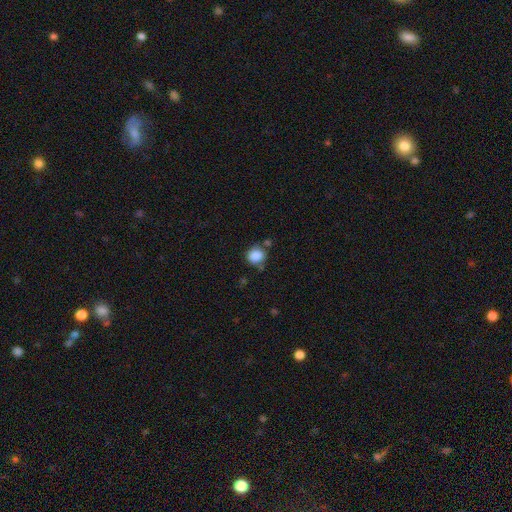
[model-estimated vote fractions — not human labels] Smooth or featured?
  - smooth: 86% *
  - star or artifact: 9%
  - featured or disk: 4%
How rounded?
  - round: 76% *
  - in between: 23%
  - cigar-shaped: 1%
Merging?
  - none: 67% *
  - minor disturbance: 18%
  - merger: 10%
  - major disturbance: 5%